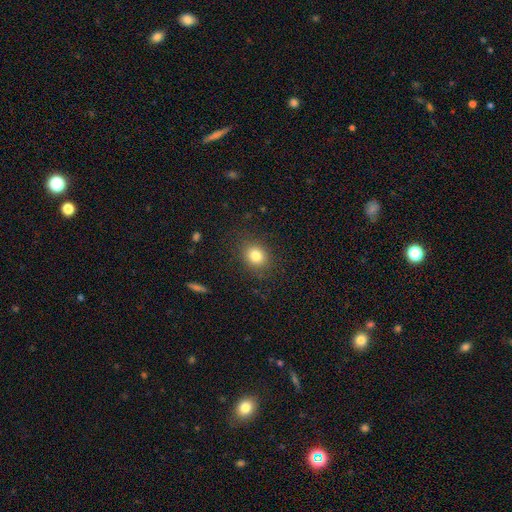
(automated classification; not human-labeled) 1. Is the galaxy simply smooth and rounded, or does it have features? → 82% smooth, 11% star or artifact, 7% featured or disk.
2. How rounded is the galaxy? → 63% round, 36% in between, 1% cigar-shaped.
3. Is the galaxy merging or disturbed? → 85% none, 10% minor disturbance, 4% major disturbance, 1% merger.